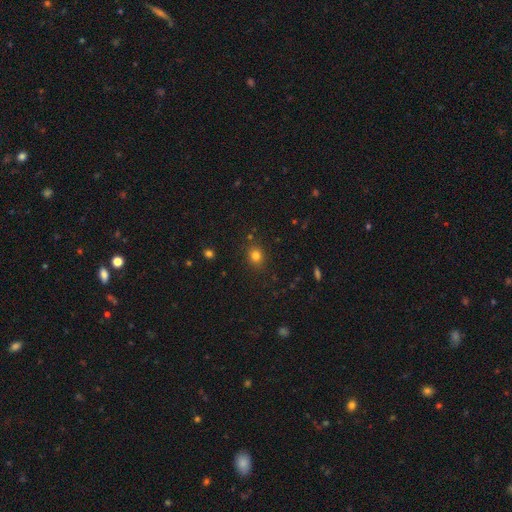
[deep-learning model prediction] smooth 80%, star or artifact 14%, featured or disk 6%. Down the decision tree: how rounded — round (67%); merging — none (85%).